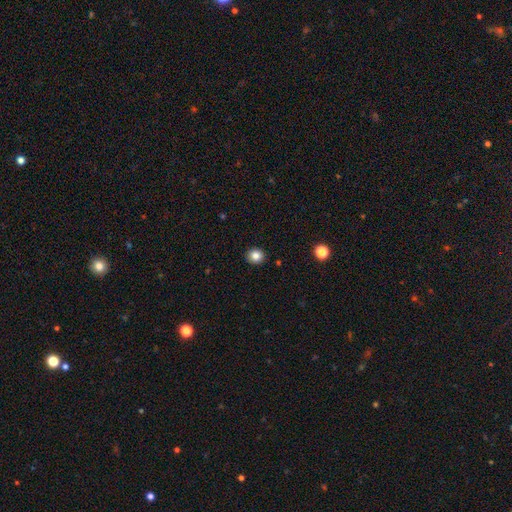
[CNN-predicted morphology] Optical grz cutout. It shows a smooth galaxy with no disk features (83%) that is round (81%). Merging: none (91%).